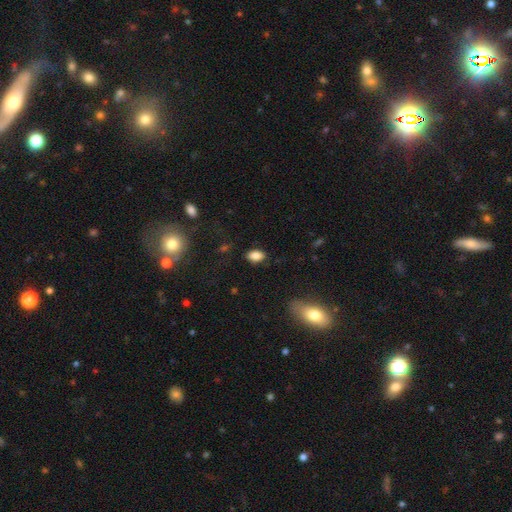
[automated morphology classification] Smooth or featured? Predicted: smooth (p=0.84). How rounded? Predicted: in between (p=0.90). Merging? Predicted: none (p=0.83).